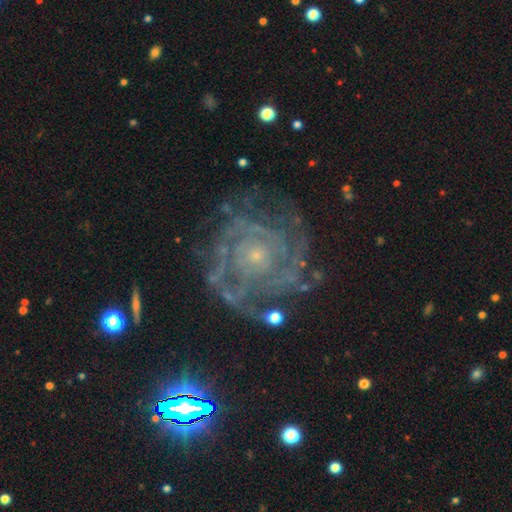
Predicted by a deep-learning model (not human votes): A featured or disk galaxy (87%) with no bar (81%), tight (73%) spiral arms (93%) and a small central bulge (77%).

Vote fractions:
- Smooth or featured? featured or disk: 87% / star or artifact: 8% / smooth: 6%
- Edge-on disk? no: 98% / yes: 2%
- Bar? no: 81% / weak: 15% / strong: 4%
- Spiral arms? yes: 93% / no: 7%
- Spiral winding? tight: 73% / medium: 22% / loose: 5%
- Spiral arm count? can't tell: 33% / 3: 18% / 2: 17% / 4: 15% / more than 4: 10% / 1: 7%
- Bulge size? small: 77% / moderate: 18% / none: 3% / large: 2% / dominant: 1%
- Merging? none: 69% / minor disturbance: 17% / major disturbance: 11% / merger: 2%